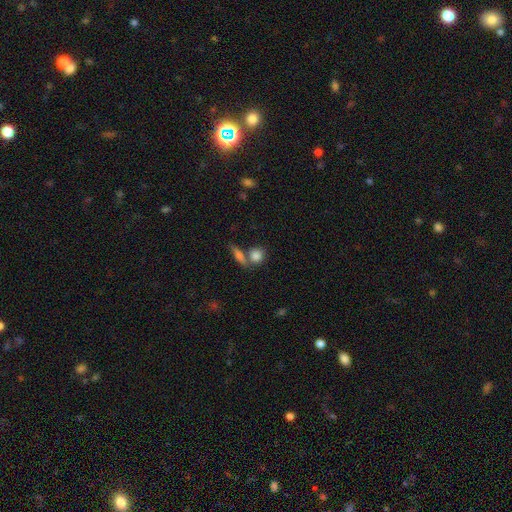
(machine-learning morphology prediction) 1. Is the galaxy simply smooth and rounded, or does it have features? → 83% smooth, 9% featured or disk, 8% star or artifact.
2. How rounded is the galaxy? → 73% round, 22% in between, 5% cigar-shaped.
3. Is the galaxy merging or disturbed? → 56% none, 31% merger, 10% minor disturbance, 4% major disturbance.